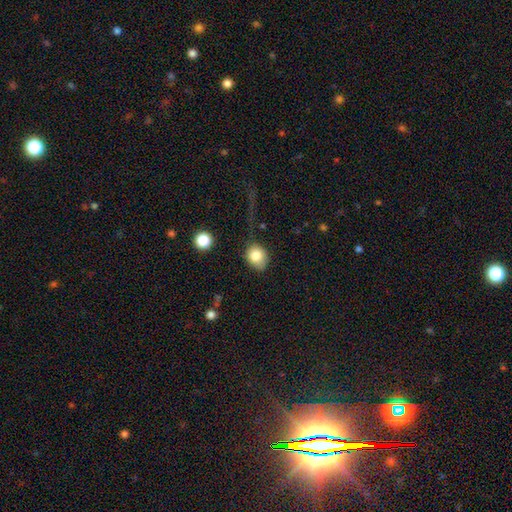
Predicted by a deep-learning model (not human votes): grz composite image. It shows a smooth galaxy with no disk features (81%) that is round (65%). Merging: none (60%).